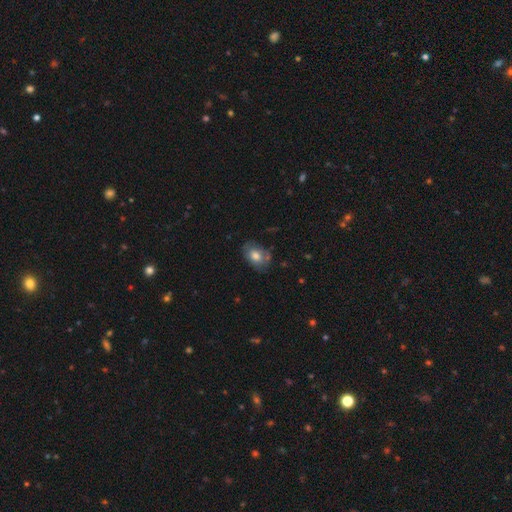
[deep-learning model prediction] This is likely a smooth galaxy (71%). How rounded: likely in between (78%). Merging: likely none (66%).